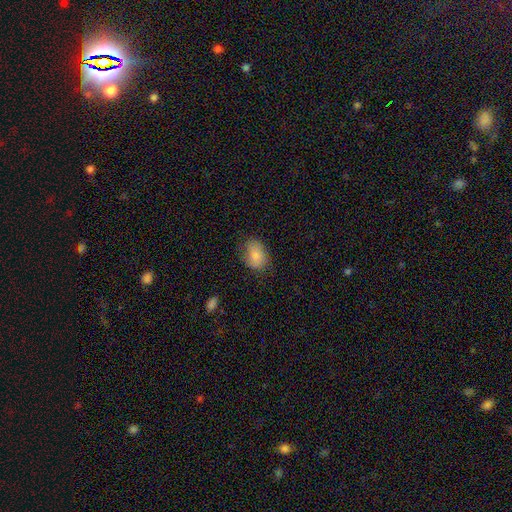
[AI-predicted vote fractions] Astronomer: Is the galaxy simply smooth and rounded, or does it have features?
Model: smooth — 84%.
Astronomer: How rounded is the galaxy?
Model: in between — 77%.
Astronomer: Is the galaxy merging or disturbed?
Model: none — 71%.